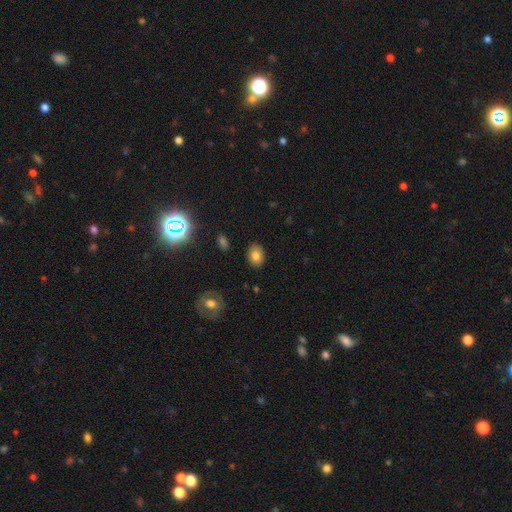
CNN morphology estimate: Smooth or featured?
  - smooth: 77% *
  - featured or disk: 13%
  - star or artifact: 11%
How rounded?
  - in between: 69% *
  - round: 30%
  - cigar-shaped: 1%
Merging?
  - none: 87% *
  - minor disturbance: 9%
  - major disturbance: 2%
  - merger: 1%